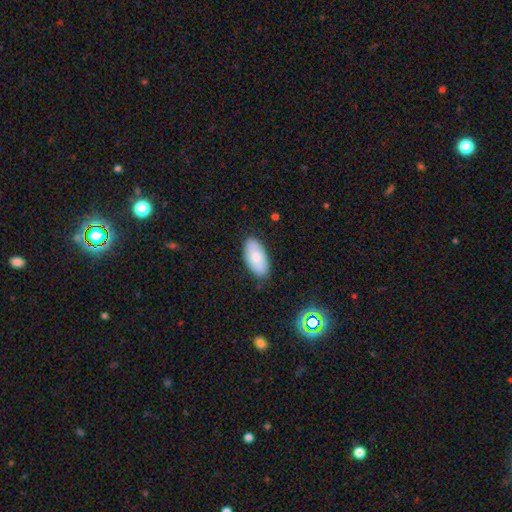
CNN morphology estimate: Smooth or featured? Predicted: smooth (p=0.79). How rounded? Predicted: in between (p=0.93). Merging? Predicted: none (p=0.83).